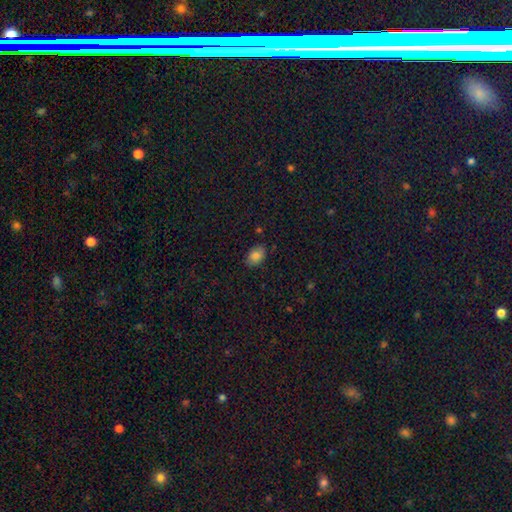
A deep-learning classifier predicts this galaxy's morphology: A smooth galaxy with no disk features (82%) that is in between round and cigar-shaped (81%). Merging: none (84%).